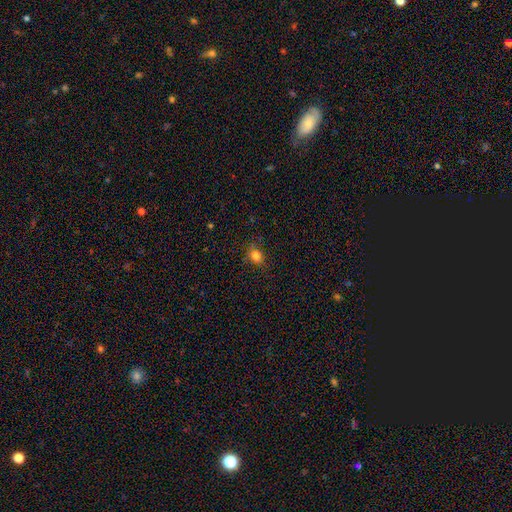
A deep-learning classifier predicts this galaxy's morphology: Smooth or featured? smooth (81%)
How rounded? round (56%)
Merging? none (80%)